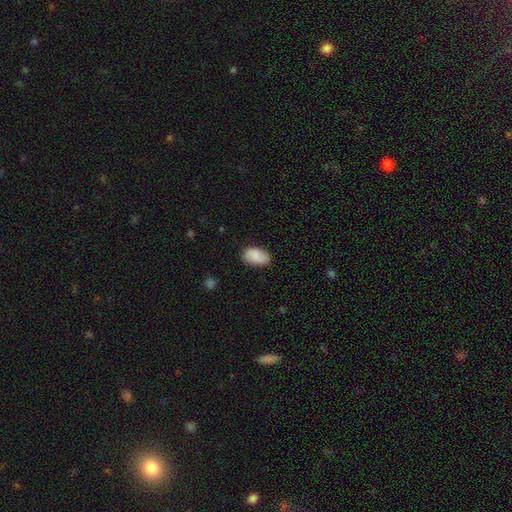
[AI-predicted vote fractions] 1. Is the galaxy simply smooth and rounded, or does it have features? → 80% smooth, 13% featured or disk, 7% star or artifact.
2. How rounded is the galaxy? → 93% in between, 6% round, 2% cigar-shaped.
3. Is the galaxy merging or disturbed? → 78% none, 17% minor disturbance, 3% major disturbance, 1% merger.